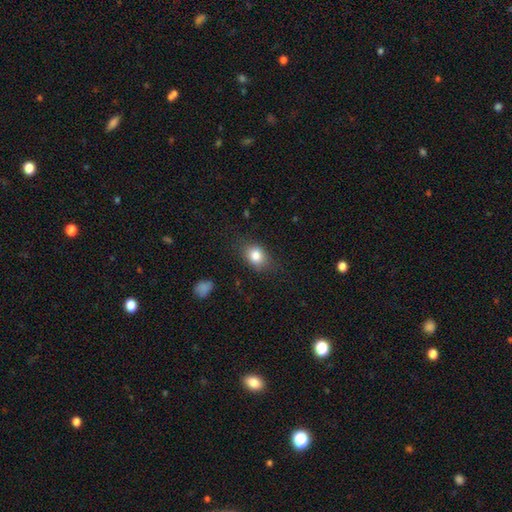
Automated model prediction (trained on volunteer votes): A smooth galaxy with no disk features (82%) that is in between round and cigar-shaped (63%). Merging: none (75%).